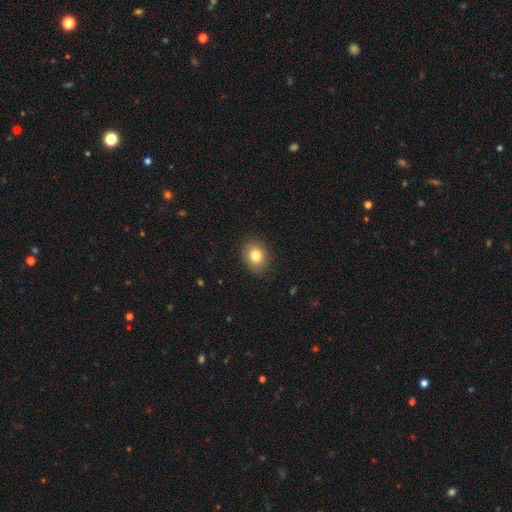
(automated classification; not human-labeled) A smooth galaxy with no disk features (82%) that is round (54%). Merging: none (88%).